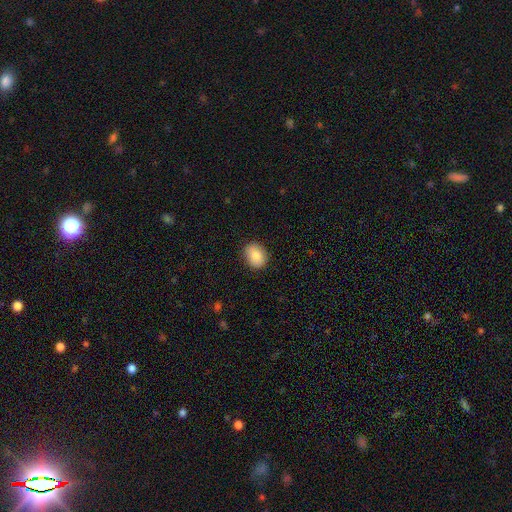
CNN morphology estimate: type=smooth (85%); roundness=in between (57%); merging=none (87%).